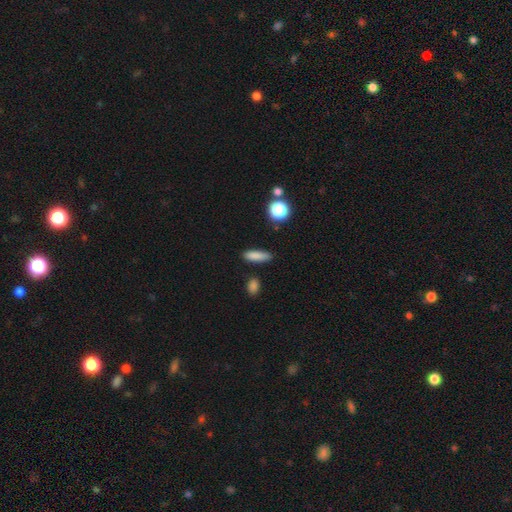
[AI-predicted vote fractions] This appears to be a smooth galaxy with no disk features (84%) that is cigar-shaped (52%). Merging: none (84%).